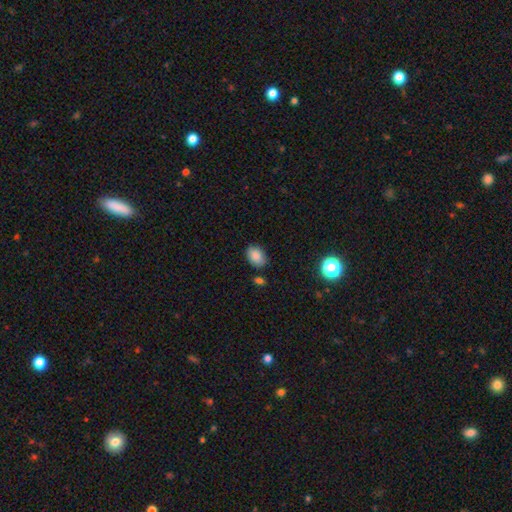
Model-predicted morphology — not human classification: Smooth or featured: smooth — 85% (star or artifact — 10%)
How rounded: in between — 72% (round — 27%)
Merging: none — 75% (minor disturbance — 17%)